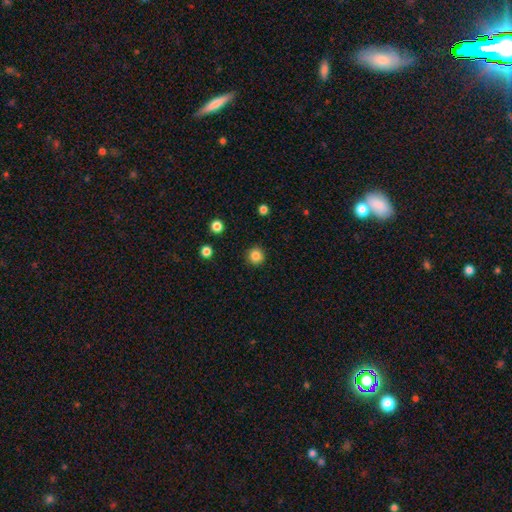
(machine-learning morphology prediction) smooth-or-featured: smooth: 84% | star or artifact: 12% | featured or disk: 4%
  how-rounded: round: 94% | in between: 5% | cigar-shaped: 1%
  merging: none: 92% | minor disturbance: 5% | major disturbance: 2% | merger: 1%